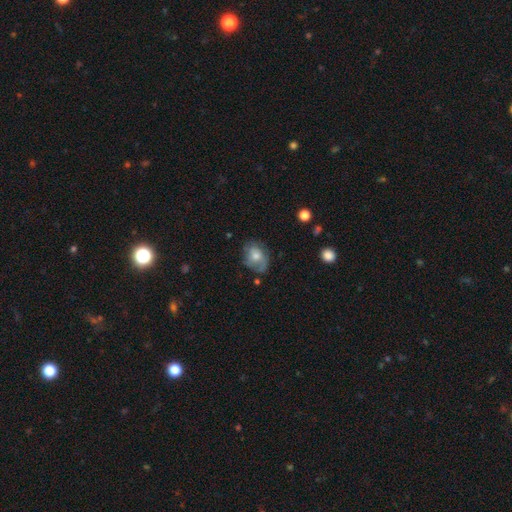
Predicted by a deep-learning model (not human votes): Q: Smooth or featured?
A: smooth (51%); runner-up: featured or disk (39%)
Q: How rounded?
A: in between (60%); runner-up: round (39%)
Q: Merging?
A: none (57%); runner-up: minor disturbance (28%)